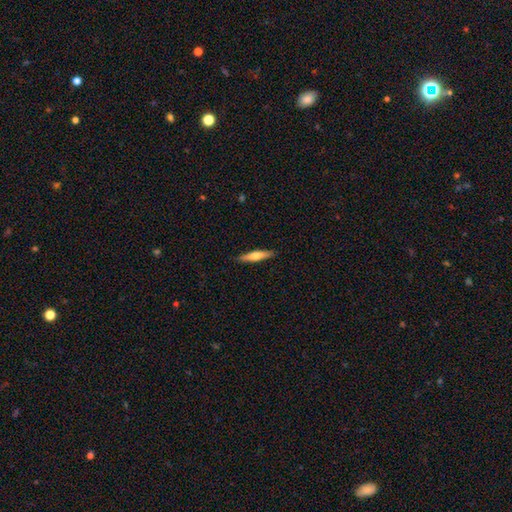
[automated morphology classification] smooth_or_featured: smooth (p=0.53) [alt: featured or disk p=0.41]
how_rounded: cigar-shaped (p=0.86) [alt: in between p=0.12]
merging: none (p=0.90) [alt: minor disturbance p=0.08]